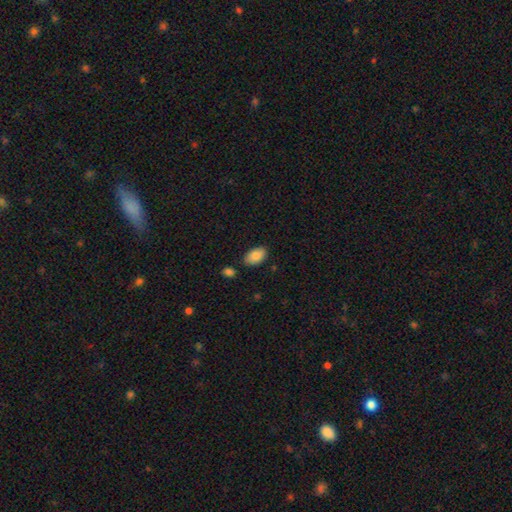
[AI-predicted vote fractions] Smooth or featured: smooth — 86% (featured or disk — 7%)
How rounded: in between — 93% (round — 6%)
Merging: none — 78% (minor disturbance — 14%)